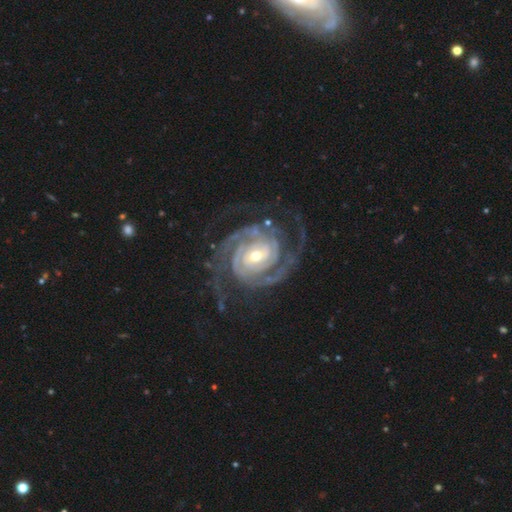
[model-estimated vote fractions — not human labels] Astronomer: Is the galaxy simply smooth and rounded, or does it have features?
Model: featured or disk — 93%.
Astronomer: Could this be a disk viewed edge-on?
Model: no — 98%.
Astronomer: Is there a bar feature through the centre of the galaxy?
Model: no — 46% (runner-up: weak, 34%).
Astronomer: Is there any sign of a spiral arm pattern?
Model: yes — 99%.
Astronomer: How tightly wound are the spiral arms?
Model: tight — 73%.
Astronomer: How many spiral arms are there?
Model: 2 — 48%.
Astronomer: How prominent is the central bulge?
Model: moderate — 49% (runner-up: small, 46%).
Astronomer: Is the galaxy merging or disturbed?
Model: none — 72%.